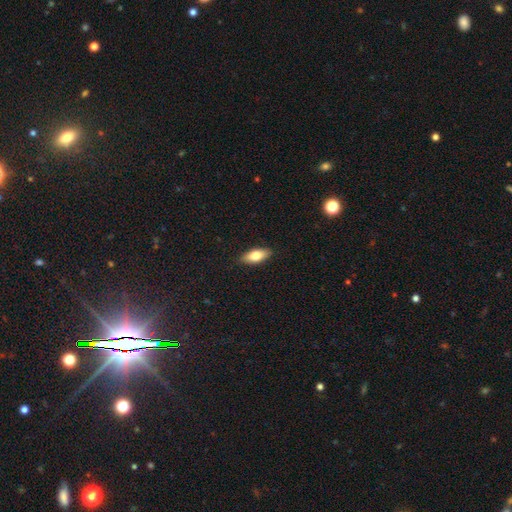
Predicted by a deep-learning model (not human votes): A smooth galaxy with no disk features (75%) that is in between round and cigar-shaped (80%). Merging: none (88%).